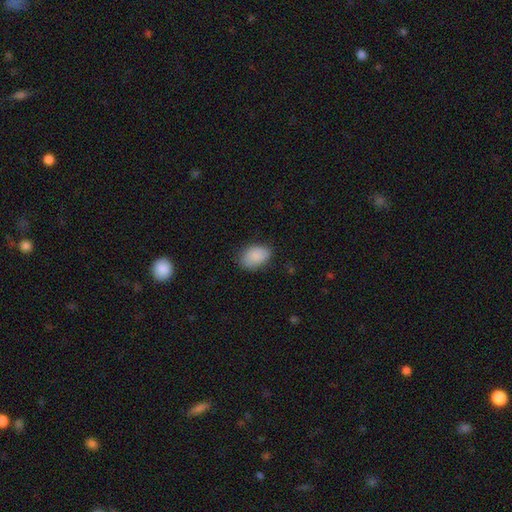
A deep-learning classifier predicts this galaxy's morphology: Smooth or featured? smooth (87%)
How rounded? in between (84%)
Merging? none (76%)